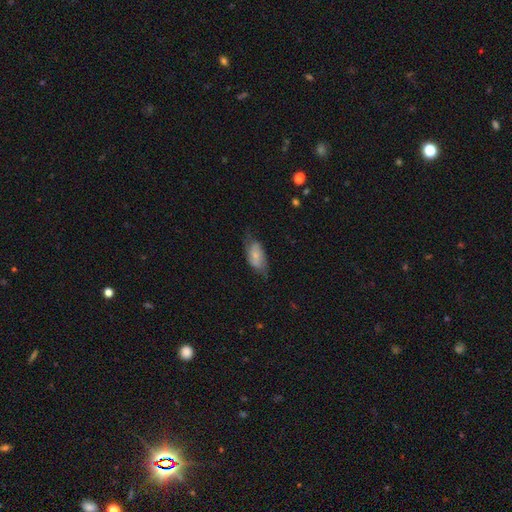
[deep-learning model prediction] Smooth or featured? Predicted: smooth (p=0.56). How rounded? Predicted: in between (p=0.90). Merging? Predicted: none (p=0.57).